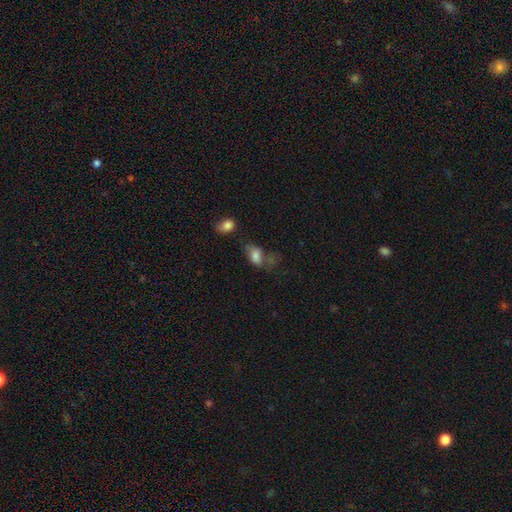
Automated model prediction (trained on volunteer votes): The model was most divided on "merging": none: 33%, minor disturbance: 26%, major disturbance: 24%, merger: 17%. More confident: how rounded — in between (85%); smooth or featured — smooth (74%).